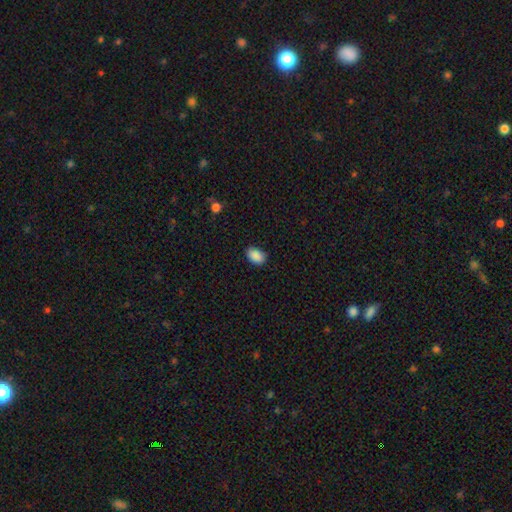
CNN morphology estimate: type=smooth (89%); roundness=in between (85%); merging=none (83%).